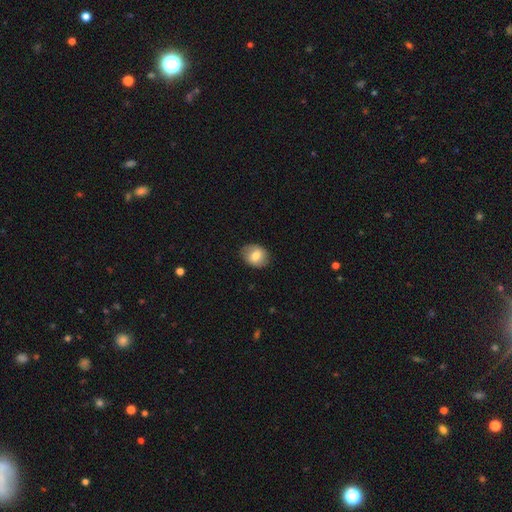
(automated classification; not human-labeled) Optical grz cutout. It shows a smooth galaxy with no disk features (75%) that is in between round and cigar-shaped (55%). Merging: none (83%).